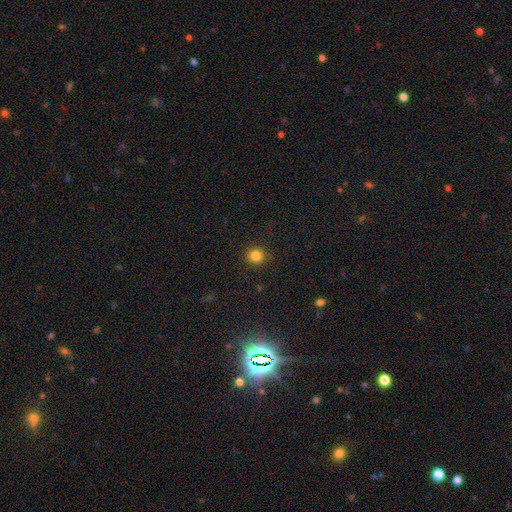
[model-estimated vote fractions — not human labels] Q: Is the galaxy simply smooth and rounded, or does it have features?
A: smooth — 83%.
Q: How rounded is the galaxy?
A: round — 92%.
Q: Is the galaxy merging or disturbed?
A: none — 91%.